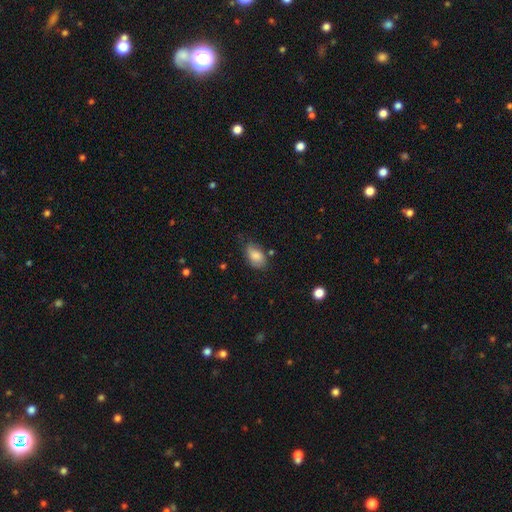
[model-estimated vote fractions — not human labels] Morphology: type=smooth (82%); roundness=in between (90%); merging=none (59%).